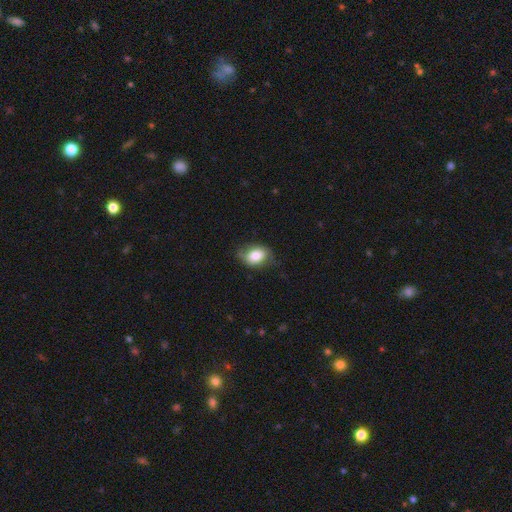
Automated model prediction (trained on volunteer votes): This appears to be a smooth galaxy with no disk features (80%) that is in between round and cigar-shaped (71%). Merging: none (63%).